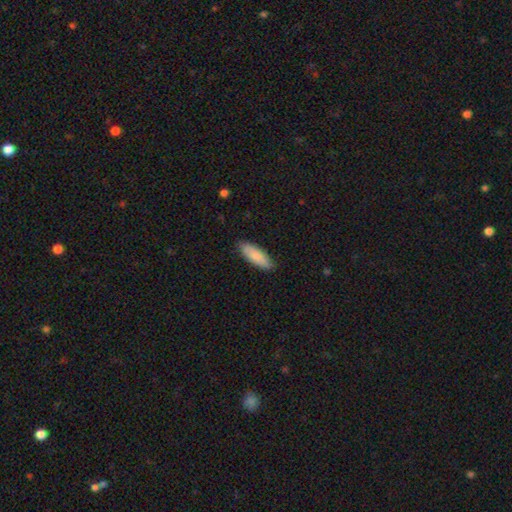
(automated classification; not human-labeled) Q: Smooth or featured?
A: smooth (85%); runner-up: featured or disk (10%)
Q: How rounded?
A: in between (65%); runner-up: cigar-shaped (33%)
Q: Merging?
A: none (85%); runner-up: minor disturbance (12%)